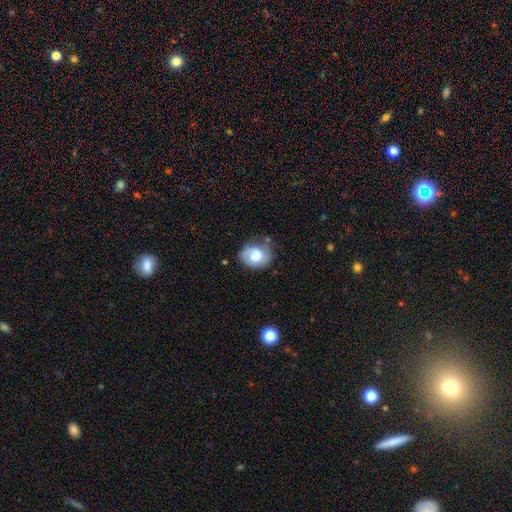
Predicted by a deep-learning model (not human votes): A smooth galaxy with no disk features (64%) that is round (51%). Merging: none (58%).